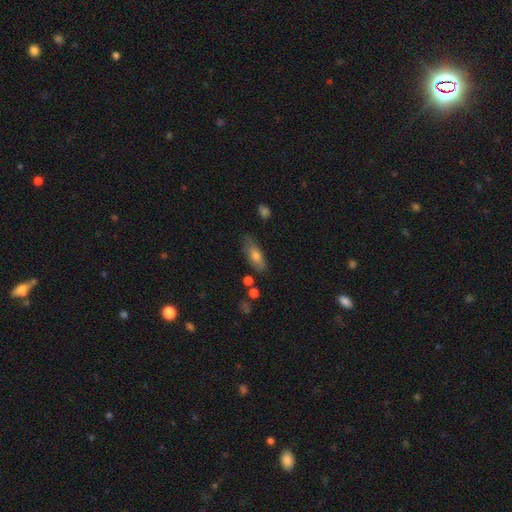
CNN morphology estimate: This appears to be a smooth galaxy with no disk features (72%) that is in between round and cigar-shaped (71%). Merging: none (71%).